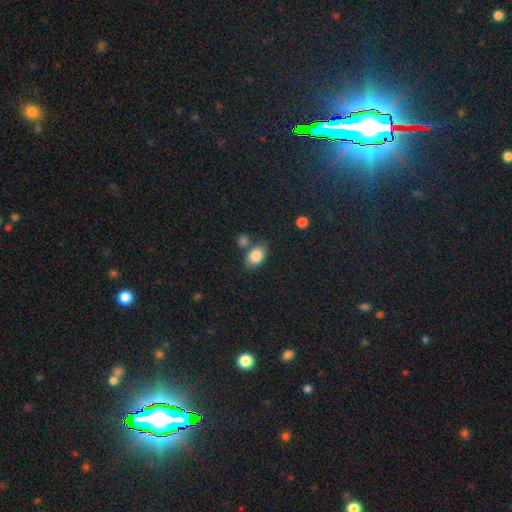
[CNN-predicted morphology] Smooth or featured? smooth (84%)
How rounded? in between (80%)
Merging? none (59%)